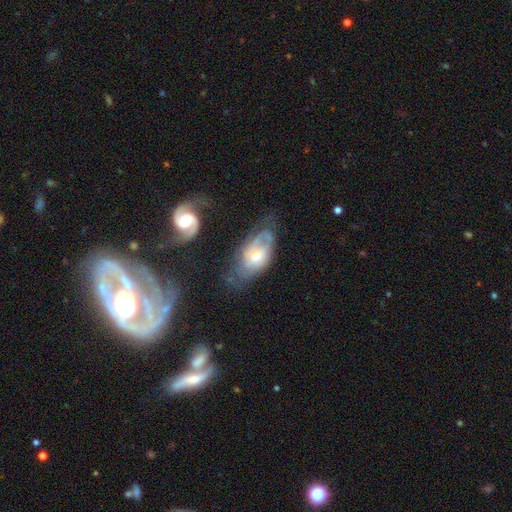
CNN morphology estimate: A featured or disk galaxy (68%) with no bar (67%), 2 (45%) tight (44%) spiral arms (81%) and a moderate central bulge (58%). Merging: none (47%).